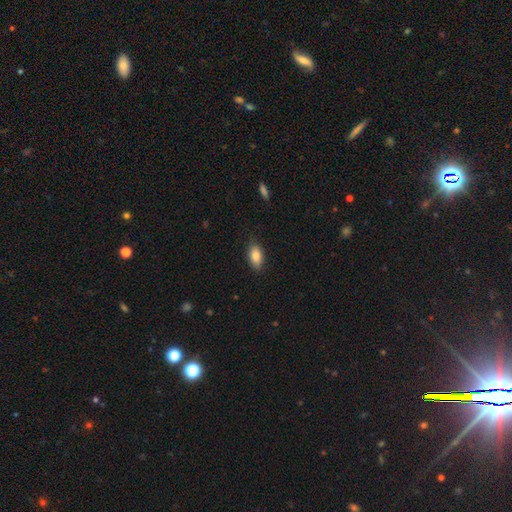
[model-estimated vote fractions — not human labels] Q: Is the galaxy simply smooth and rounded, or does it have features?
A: smooth — 85%.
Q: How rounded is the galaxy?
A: in between — 90%.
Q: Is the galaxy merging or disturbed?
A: none — 81%.